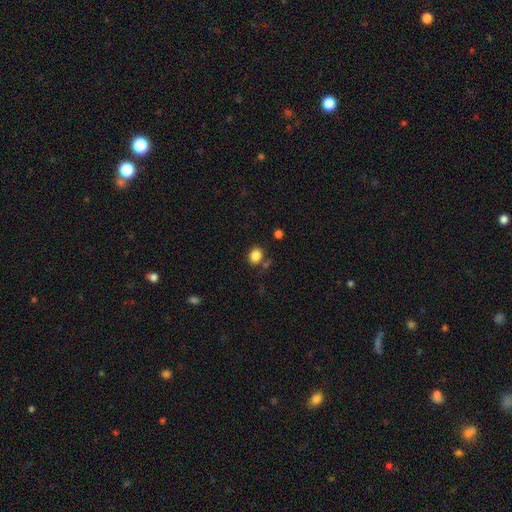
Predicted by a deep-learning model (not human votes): A smooth galaxy with no disk features (85%) that is round (61%). Merging: none (77%).